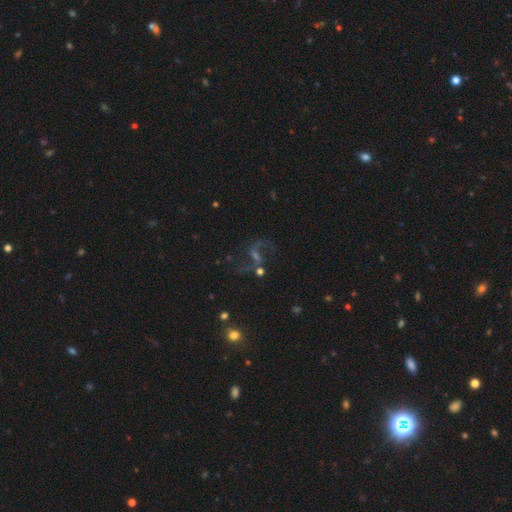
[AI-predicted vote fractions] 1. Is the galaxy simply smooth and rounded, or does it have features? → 71% featured or disk, 19% star or artifact, 10% smooth.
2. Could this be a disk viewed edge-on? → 96% no, 4% yes.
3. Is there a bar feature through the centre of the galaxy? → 45% weak, 30% no, 25% strong.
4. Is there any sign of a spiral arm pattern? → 88% yes, 12% no.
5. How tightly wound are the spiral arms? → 77% loose, 19% medium, 4% tight.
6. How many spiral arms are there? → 88% 2, 5% 1, 3% can't tell, 1% 3, 1% 4, 1% more than 4.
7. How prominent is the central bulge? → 44% small, 26% moderate, 23% none, 4% large, 2% dominant.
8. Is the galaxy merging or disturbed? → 58% none, 17% major disturbance, 14% minor disturbance, 11% merger.